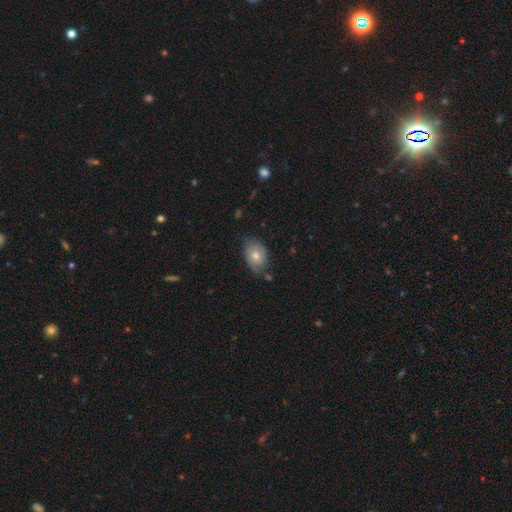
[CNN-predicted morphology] Smooth or featured?
  - smooth: 53% *
  - featured or disk: 37%
  - star or artifact: 10%
How rounded?
  - in between: 75% *
  - round: 23%
  - cigar-shaped: 1%
Merging?
  - none: 65% *
  - minor disturbance: 26%
  - major disturbance: 6%
  - merger: 3%